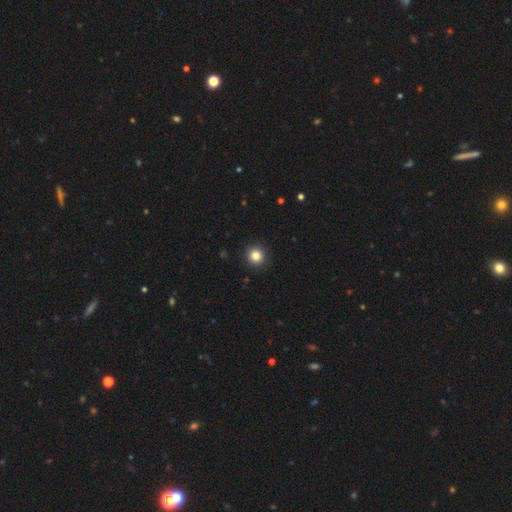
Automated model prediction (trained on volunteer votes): Q: Smooth or featured?
A: smooth (83%); runner-up: star or artifact (12%)
Q: How rounded?
A: round (94%); runner-up: in between (5%)
Q: Merging?
A: none (93%); runner-up: minor disturbance (5%)